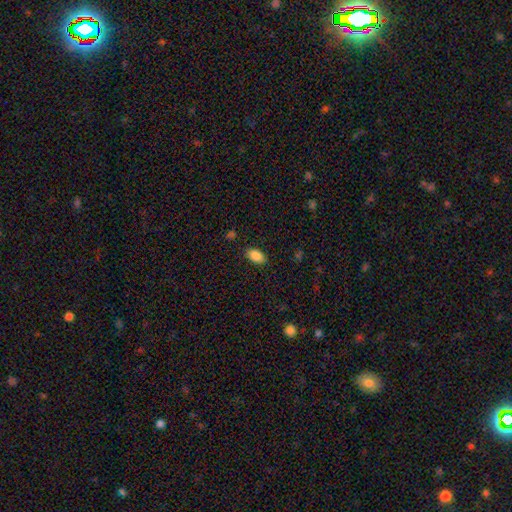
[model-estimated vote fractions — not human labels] The model was most divided on "merging": none: 86%, minor disturbance: 10%, major disturbance: 3%, merger: 1%. More confident: how rounded — in between (92%); smooth or featured — smooth (88%).